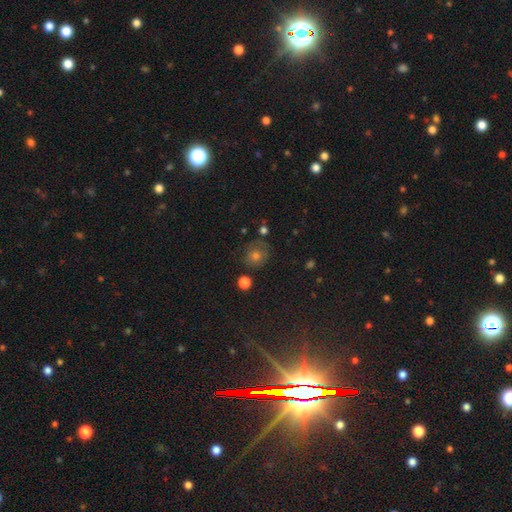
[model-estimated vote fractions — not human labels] Smooth or featured: smooth — 55% (star or artifact — 26%)
How rounded: round — 85% (in between — 14%)
Merging: none — 76% (minor disturbance — 15%)